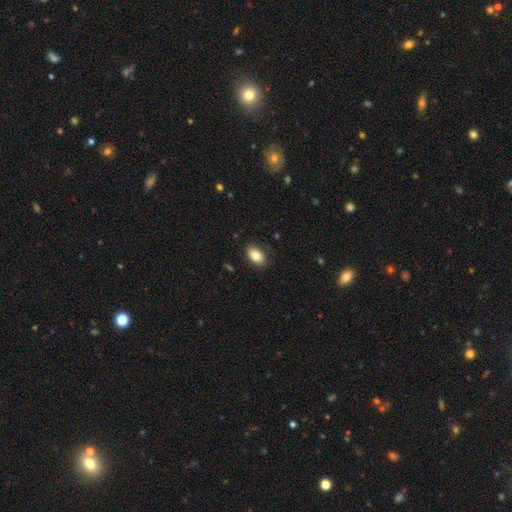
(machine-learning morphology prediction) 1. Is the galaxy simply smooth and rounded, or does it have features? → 83% smooth, 9% featured or disk, 8% star or artifact.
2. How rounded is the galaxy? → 89% in between, 9% round, 2% cigar-shaped.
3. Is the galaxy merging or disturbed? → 85% none, 12% minor disturbance, 2% major disturbance, 1% merger.